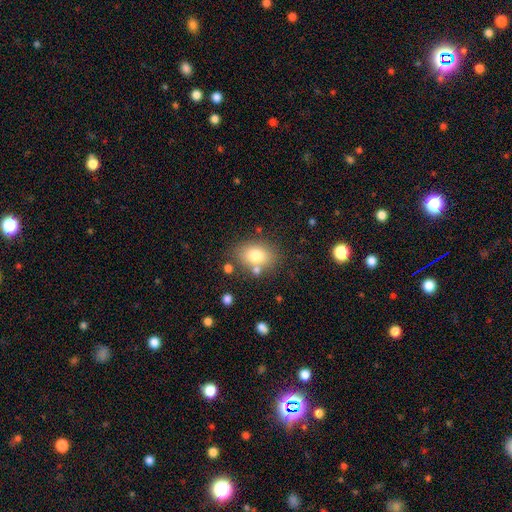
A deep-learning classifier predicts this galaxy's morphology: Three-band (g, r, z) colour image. It shows a smooth galaxy with no disk features (77%) that is in between round and cigar-shaped (74%). Merging: none (72%).